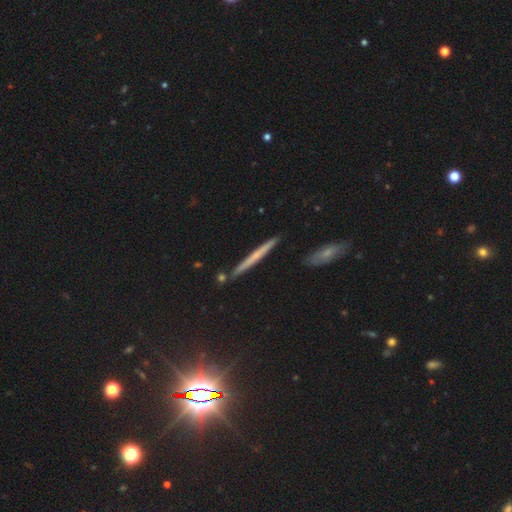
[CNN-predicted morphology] Smooth or featured? smooth (46%)
Merging? none (87%)